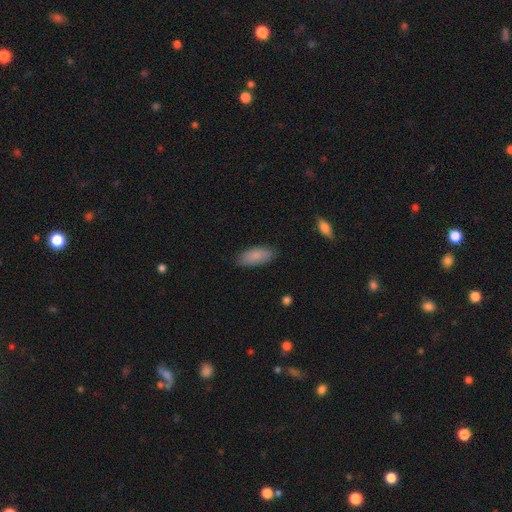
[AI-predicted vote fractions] This appears to be a smooth galaxy with no disk features (85%) that is in between round and cigar-shaped (85%). Merging: none (83%).